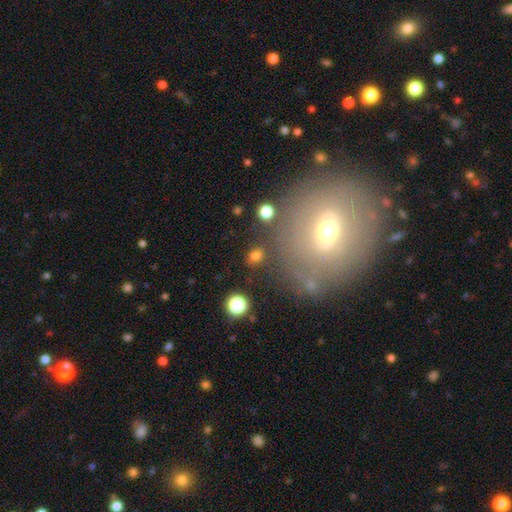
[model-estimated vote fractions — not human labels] smooth_or_featured: smooth (p=0.75) [alt: star or artifact p=0.17]
how_rounded: in between (p=0.55) [alt: round p=0.43]
merging: none (p=0.77) [alt: minor disturbance p=0.11]